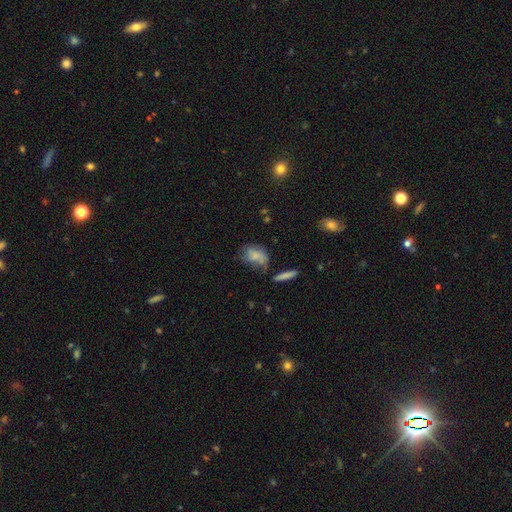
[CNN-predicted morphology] Overall: smooth (69%). How rounded: in between (79%). Merging: none (45%; minor disturbance 29%).